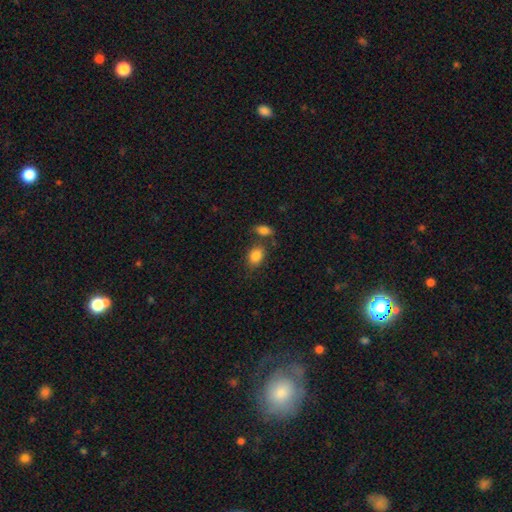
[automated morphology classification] The model was most divided on "how rounded": in between: 73%, round: 26%, cigar-shaped: 1%. More confident: smooth or featured — smooth (85%); merging — none (66%).